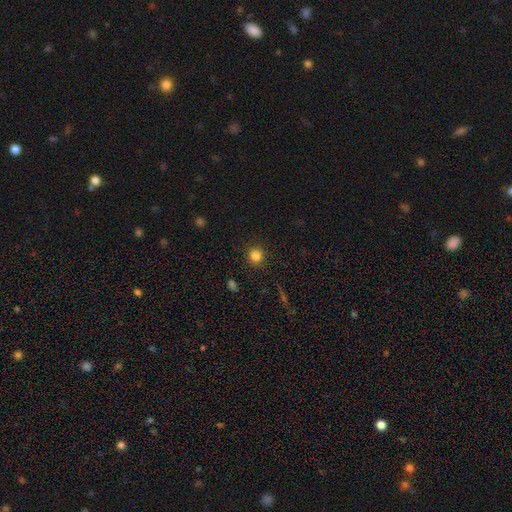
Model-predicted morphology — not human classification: smooth 82%, star or artifact 13%, featured or disk 5%. Down the decision tree: how rounded — round (93%); merging — none (91%).